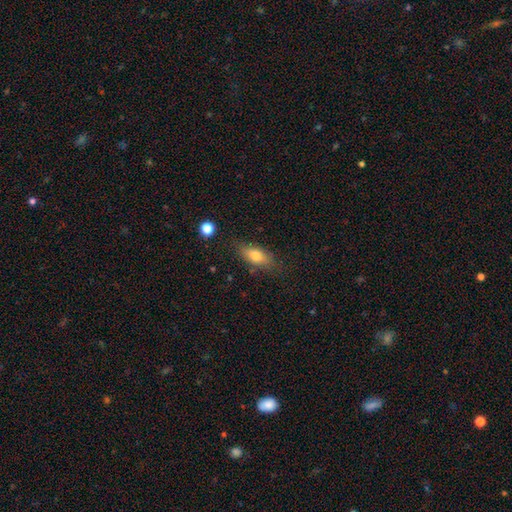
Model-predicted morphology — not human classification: Smooth or featured: smooth — 74% (featured or disk — 18%)
How rounded: in between — 81% (cigar-shaped — 14%)
Merging: none — 76% (minor disturbance — 17%)